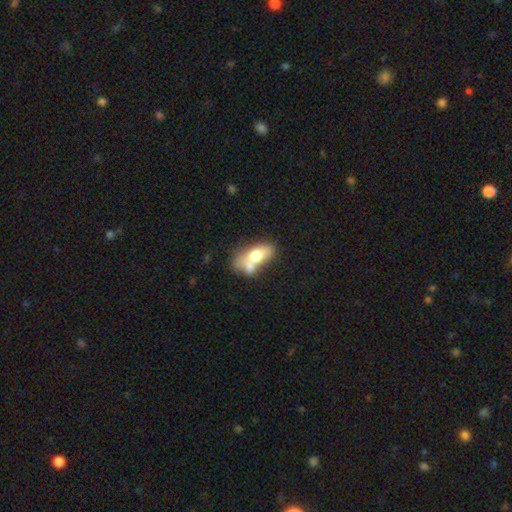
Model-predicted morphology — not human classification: This is likely a smooth galaxy (65%). How rounded: clearly in between (81%). Merging: possibly merger (53%).